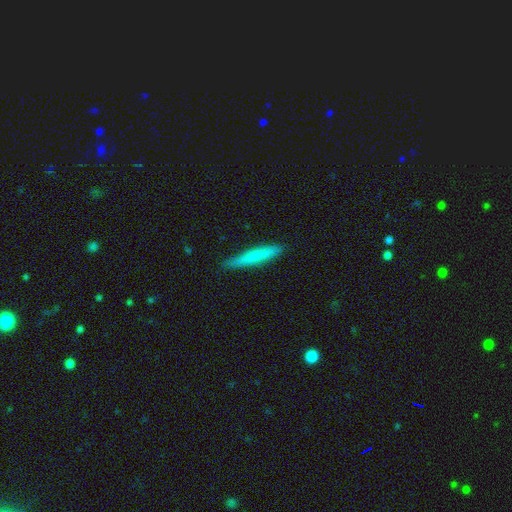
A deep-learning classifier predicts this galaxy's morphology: type=smooth (74%); roundness=cigar-shaped (94%); merging=none (86%).